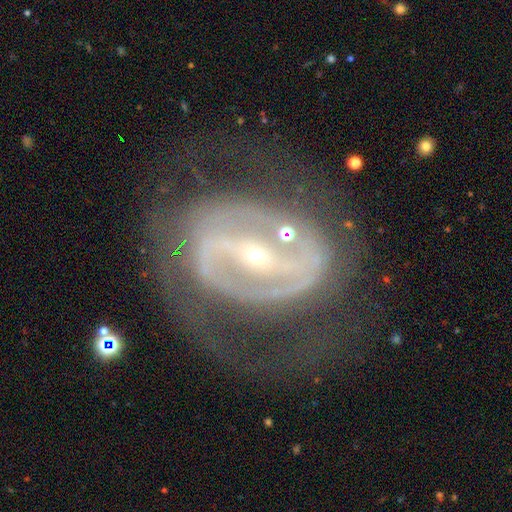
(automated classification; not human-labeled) A featured or disk galaxy (88%) with a strong bar (66%), 2 (60%) tight (48%) spiral arms (81%) and a small central bulge (83%). Merging: none (57%).